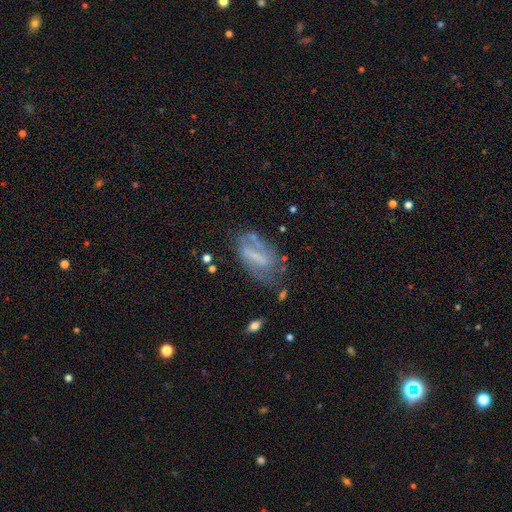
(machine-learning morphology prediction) Overall: featured or disk (53%; smooth 35%). Edge-on disk: no (86%). Merging: none (48%; minor disturbance 28%).